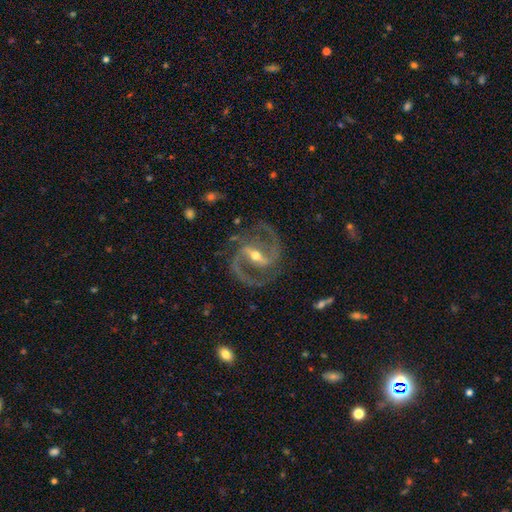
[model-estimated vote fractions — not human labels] A featured or disk galaxy (93%) with a strong bar (63%), 2 (92%) medium (68%) spiral arms (98%) and a moderate central bulge (57%).

Vote fractions:
- Smooth or featured? featured or disk: 93% / star or artifact: 4% / smooth: 3%
- Edge-on disk? no: 97% / yes: 3%
- Bar? strong: 63% / weak: 29% / no: 8%
- Spiral arms? yes: 98% / no: 2%
- Spiral winding? medium: 68% / tight: 18% / loose: 13%
- Spiral arm count? 2: 92% / 3: 3% / can't tell: 2% / 1: 1% / 4: 1% / more than 4: 1%
- Bulge size? moderate: 57% / small: 39% / large: 3% / none: 1% / dominant: 1%
- Merging? none: 81% / minor disturbance: 13% / major disturbance: 5% / merger: 1%